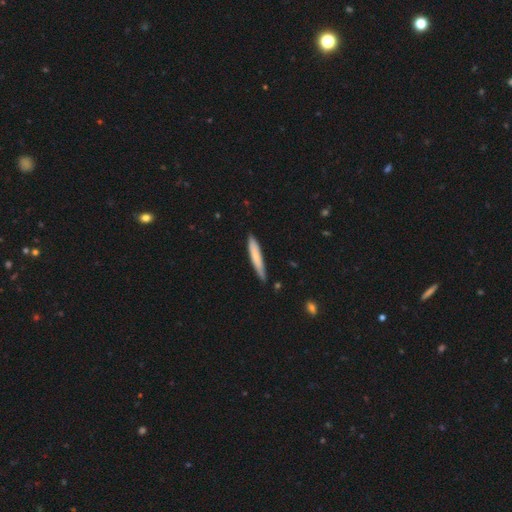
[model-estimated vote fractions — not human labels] Overall: smooth (72%). How rounded: cigar-shaped (92%). Merging: none (79%).